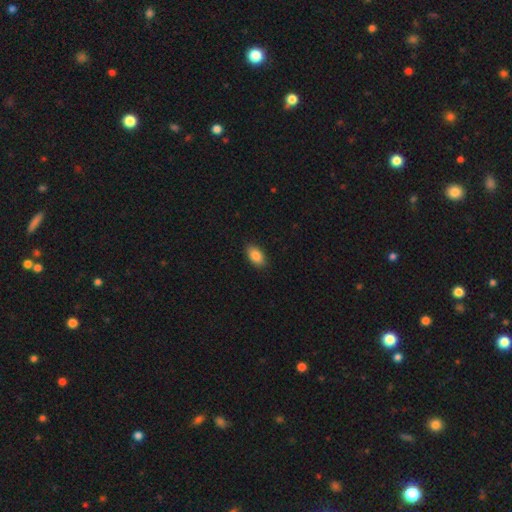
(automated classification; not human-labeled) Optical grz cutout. It shows a smooth galaxy with no disk features (87%) that is in between round and cigar-shaped (93%). Merging: none (90%).